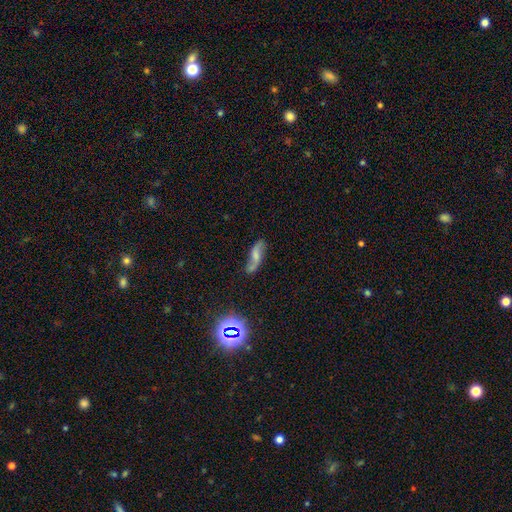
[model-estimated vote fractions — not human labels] Smooth or featured?
  - featured or disk: 57% *
  - smooth: 33%
  - star or artifact: 10%
Edge-on disk?
  - no: 86% *
  - yes: 14%
Merging?
  - none: 64% *
  - minor disturbance: 21%
  - major disturbance: 8%
  - merger: 7%